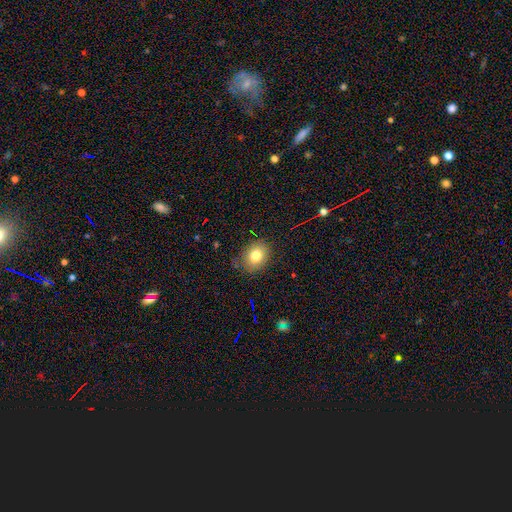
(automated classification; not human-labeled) Smooth or featured? Predicted: smooth (p=0.79). How rounded? Predicted: in between (p=0.51). Merging? Predicted: none (p=0.81).